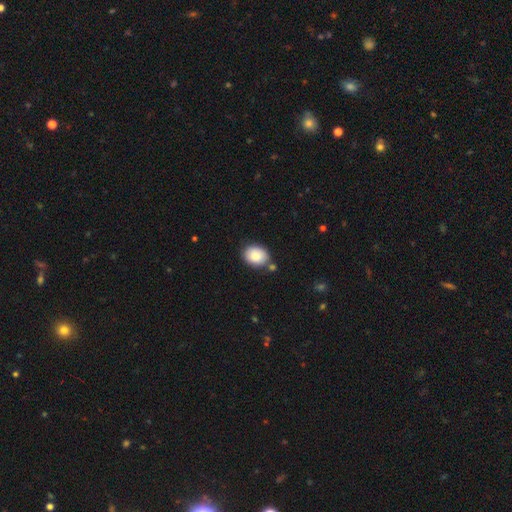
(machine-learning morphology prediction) Smooth or featured: smooth — 87% (star or artifact — 7%)
How rounded: in between — 63% (round — 36%)
Merging: none — 76% (minor disturbance — 13%)